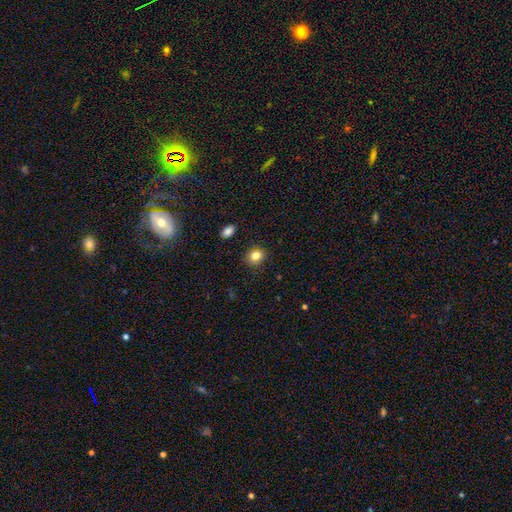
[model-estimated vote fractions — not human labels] Morphology: type=smooth (83%); roundness=round (60%); merging=none (87%).